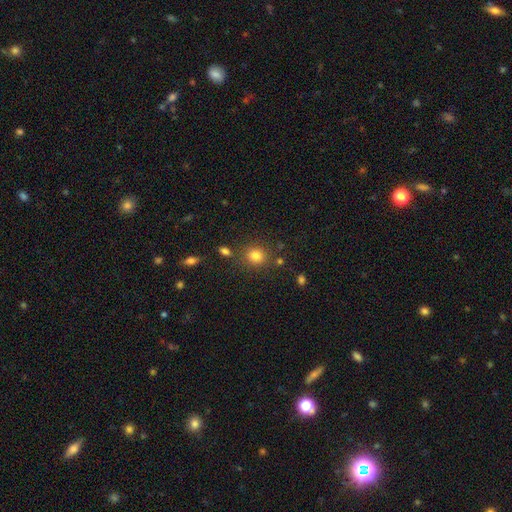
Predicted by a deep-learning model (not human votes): smooth_or_featured: smooth (p=0.81) [alt: star or artifact p=0.13]
how_rounded: round (p=0.81) [alt: in between p=0.18]
merging: none (p=0.81) [alt: minor disturbance p=0.09]